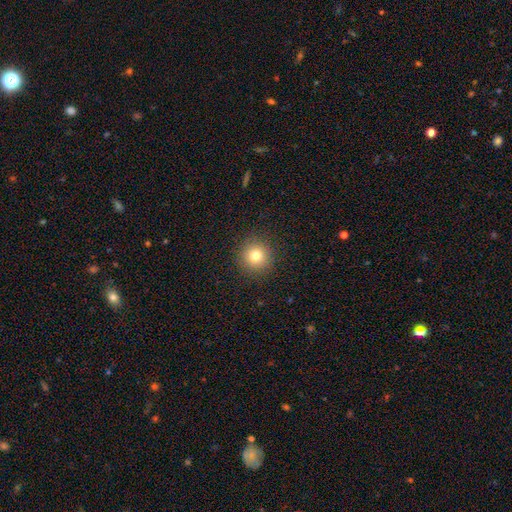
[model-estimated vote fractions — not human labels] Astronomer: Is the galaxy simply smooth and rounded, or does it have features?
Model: smooth — 78%.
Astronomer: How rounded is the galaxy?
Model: round — 95%.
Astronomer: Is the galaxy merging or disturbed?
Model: none — 91%.